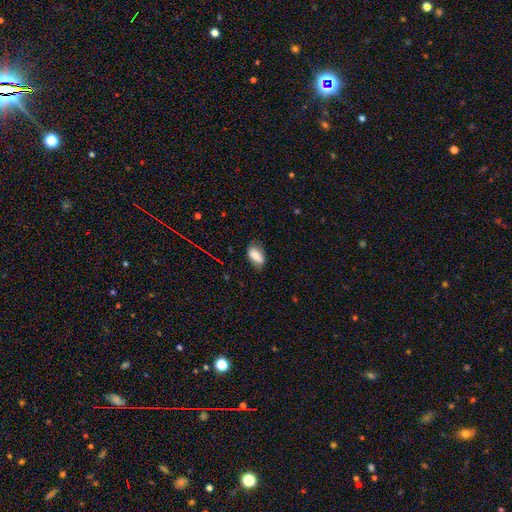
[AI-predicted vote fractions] This is likely a smooth galaxy (76%). How rounded: clearly in between (90%). Merging: likely none (69%).